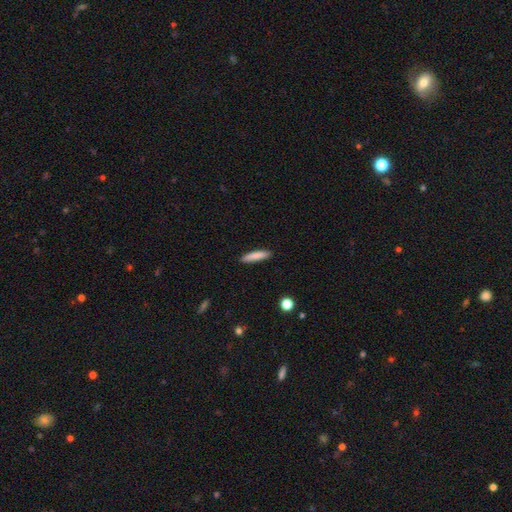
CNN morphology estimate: Smooth or featured? Predicted: smooth (p=0.84). How rounded? Predicted: cigar-shaped (p=0.85). Merging? Predicted: none (p=0.90).